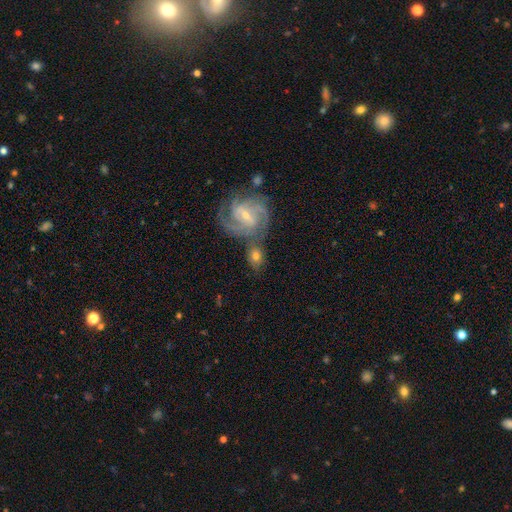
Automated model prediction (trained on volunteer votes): Smooth or featured? Predicted: featured or disk (p=0.61). Edge-on disk? Predicted: no (p=0.96). Bar? Predicted: weak (p=0.47). Spiral arms? Predicted: yes (p=0.93). Spiral winding? Predicted: tight (p=0.53). Spiral arm count? Predicted: 3 (p=0.40). Bulge size? Predicted: small (p=0.59). Merging? Predicted: none (p=0.56).